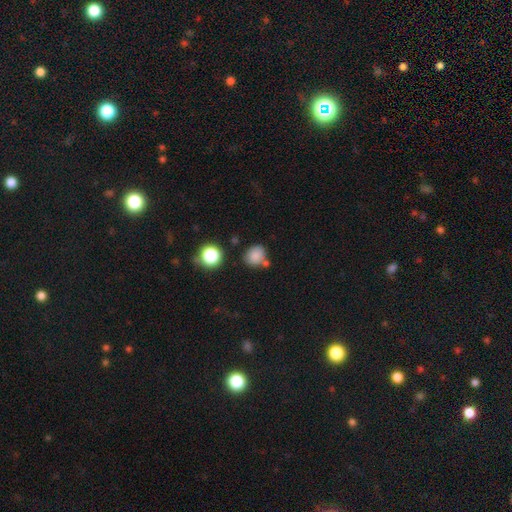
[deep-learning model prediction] Smooth or featured: smooth — 82% (star or artifact — 12%)
How rounded: round — 64% (in between — 35%)
Merging: none — 67% (minor disturbance — 16%)